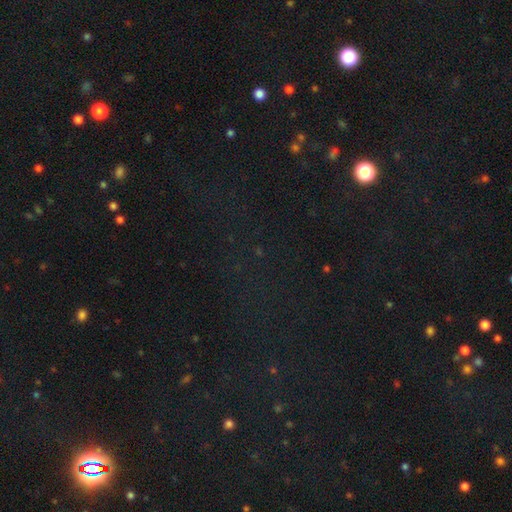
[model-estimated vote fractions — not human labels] A star or artifact, not a galaxy (74%).

Vote fractions:
- Smooth or featured? star or artifact: 74% / smooth: 18% / featured or disk: 8%